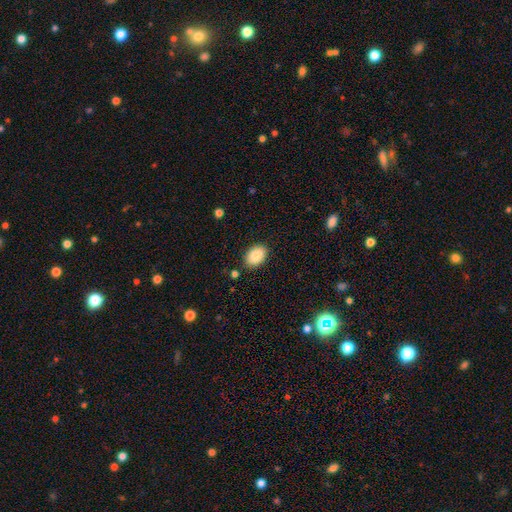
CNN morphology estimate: type=smooth (88%); roundness=in between (84%); merging=none (86%).